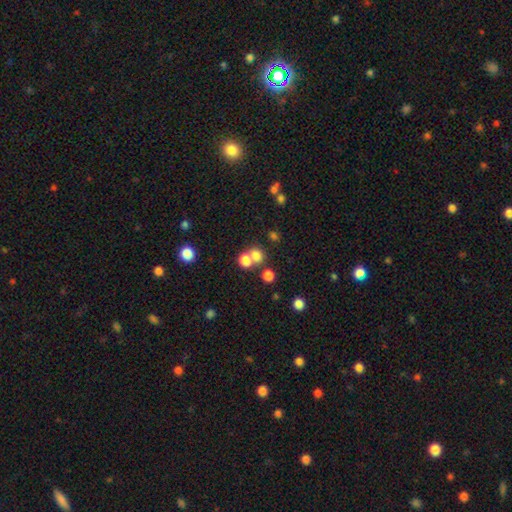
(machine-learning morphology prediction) A smooth galaxy with no disk features (75%) that is round (73%). Merging: merger (45%, tied with none).